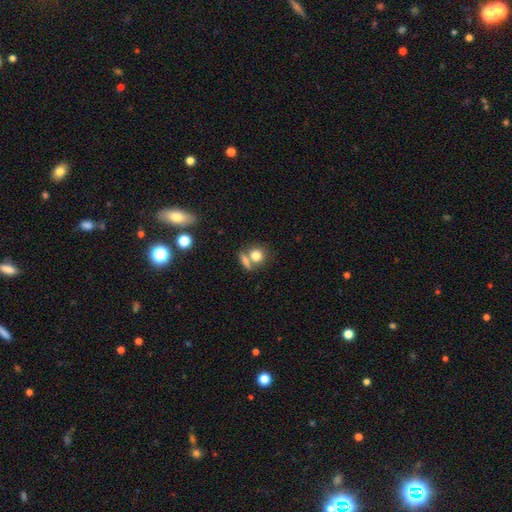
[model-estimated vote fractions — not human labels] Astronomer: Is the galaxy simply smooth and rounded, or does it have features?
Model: smooth — 79%.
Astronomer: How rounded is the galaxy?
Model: round — 76%.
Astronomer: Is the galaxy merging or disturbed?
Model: none — 51% (runner-up: merger, 36%).